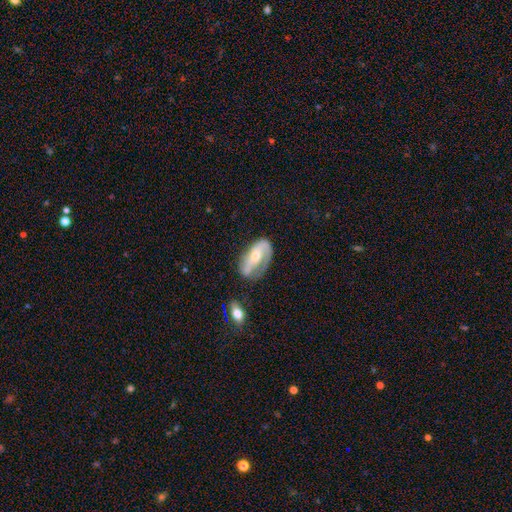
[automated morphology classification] This appears to be a featured or disk galaxy (70%) with no bar (44%), 2 (61%) loose (39%) spiral arms (81%) and a moderate central bulge (57%). Merging: none (50%).